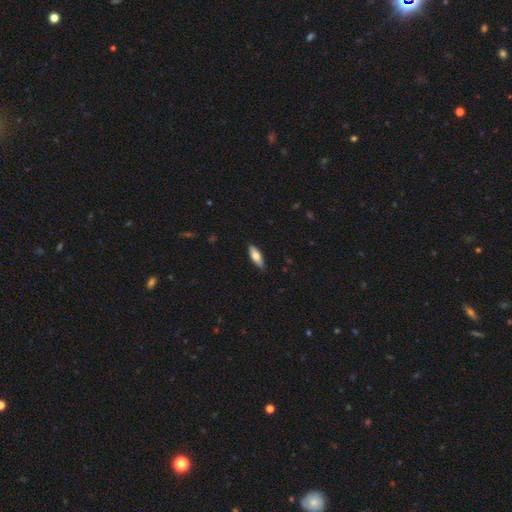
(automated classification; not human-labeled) Smooth or featured: smooth — 71% (featured or disk — 23%)
How rounded: in between — 69% (cigar-shaped — 29%)
Merging: none — 88% (minor disturbance — 10%)